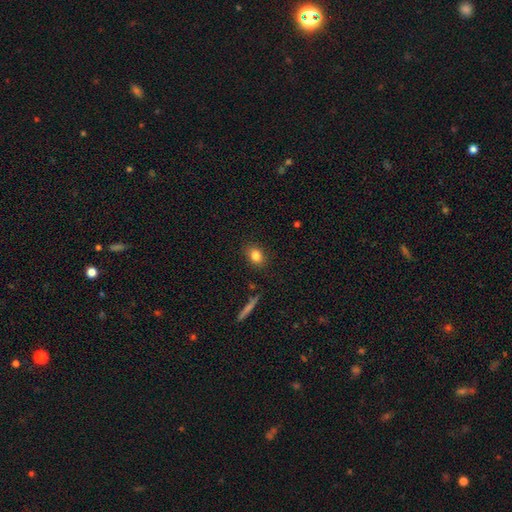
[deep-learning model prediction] Smooth or featured: smooth — 82% (star or artifact — 9%)
How rounded: in between — 61% (round — 36%)
Merging: none — 86% (minor disturbance — 9%)